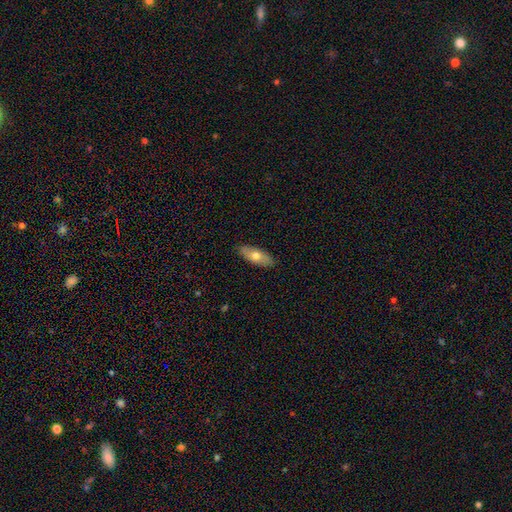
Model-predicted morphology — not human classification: This appears to be a smooth galaxy with no disk features (65%) that is in between round and cigar-shaped (75%). Merging: none (88%).